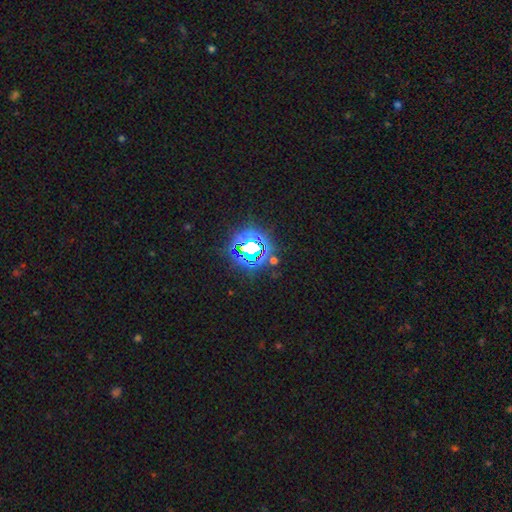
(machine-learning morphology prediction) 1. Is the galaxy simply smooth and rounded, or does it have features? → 77% star or artifact, 14% smooth, 9% featured or disk.